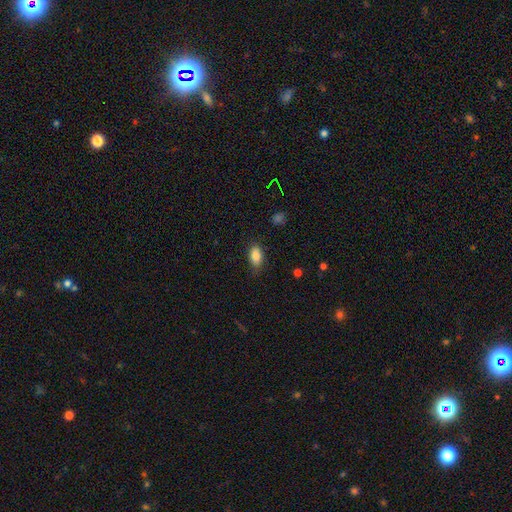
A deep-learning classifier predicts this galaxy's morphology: Overall: smooth (86%). How rounded: in between (90%). Merging: none (79%).